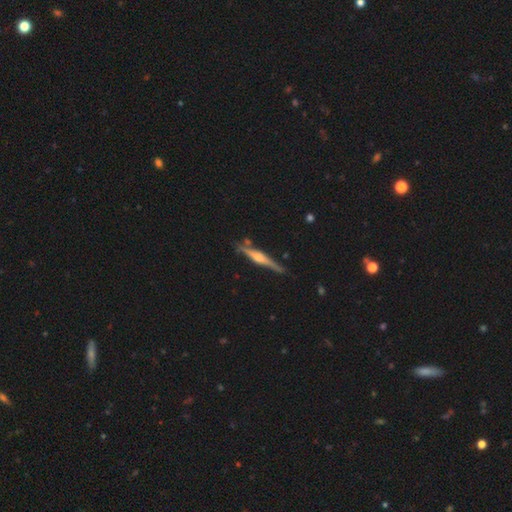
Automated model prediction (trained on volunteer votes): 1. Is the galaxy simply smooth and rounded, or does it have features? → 79% featured or disk, 16% smooth, 5% star or artifact.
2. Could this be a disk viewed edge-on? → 98% yes, 2% no.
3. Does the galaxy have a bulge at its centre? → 77% rounded, 15% boxy, 7% none.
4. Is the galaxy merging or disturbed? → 82% none, 12% minor disturbance, 3% merger, 3% major disturbance.